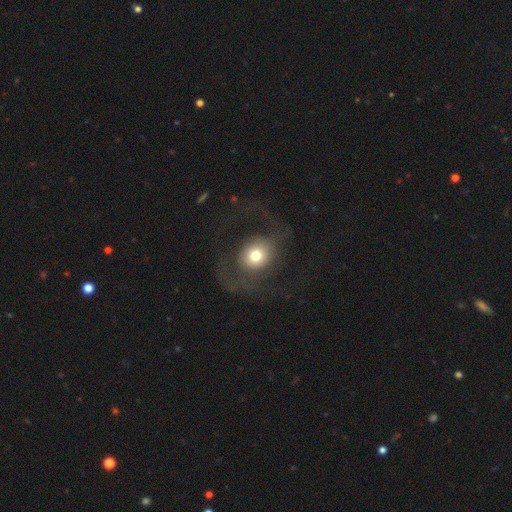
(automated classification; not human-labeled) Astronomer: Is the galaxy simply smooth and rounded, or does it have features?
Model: smooth — 59%.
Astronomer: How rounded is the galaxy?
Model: round — 68%.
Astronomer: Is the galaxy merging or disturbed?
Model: major disturbance — 43% (runner-up: none, 41%).